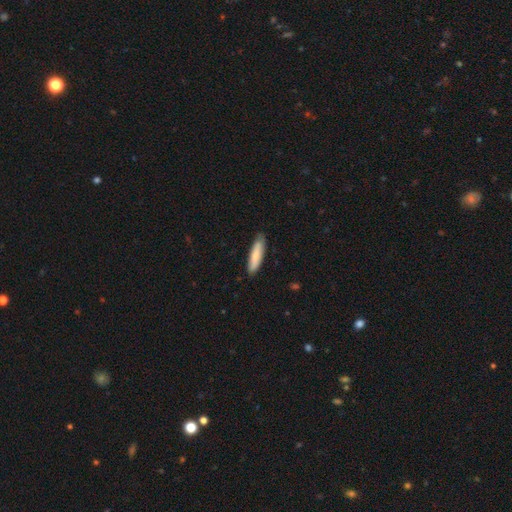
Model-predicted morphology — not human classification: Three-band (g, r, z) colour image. It shows a smooth galaxy with no disk features (75%) that is cigar-shaped (74%). Merging: none (83%).